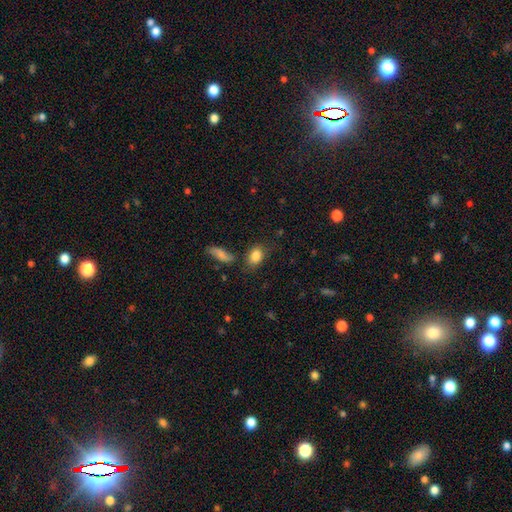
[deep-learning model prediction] A smooth galaxy with no disk features (84%) that is in between round and cigar-shaped (76%). Merging: none (72%).